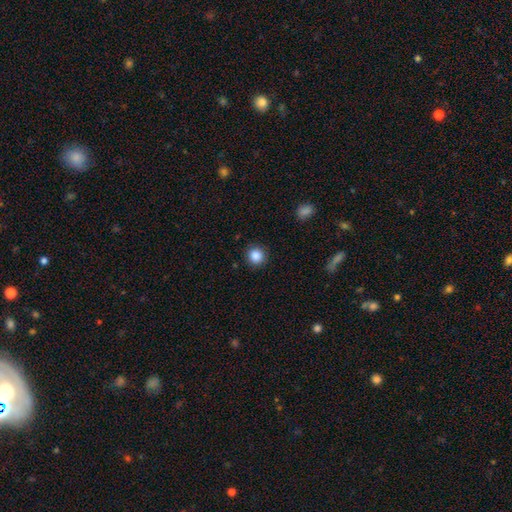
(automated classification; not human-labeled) A smooth galaxy with no disk features (87%) that is round (93%). Merging: none (90%).